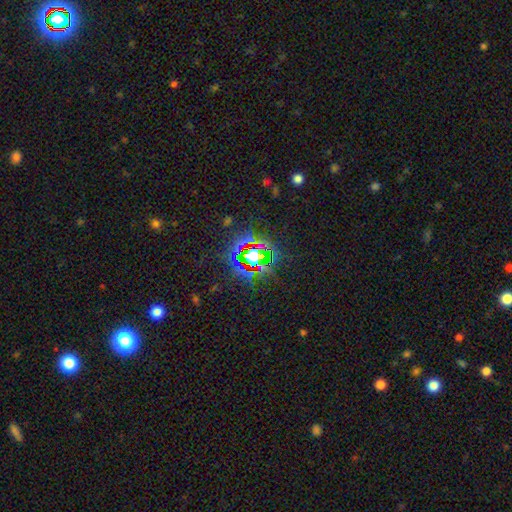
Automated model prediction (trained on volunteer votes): A star or artifact, not a galaxy (73%).